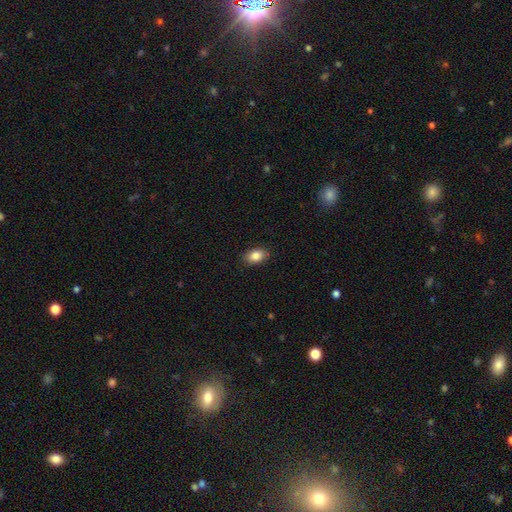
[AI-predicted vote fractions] smooth 86%, star or artifact 8%, featured or disk 6%. Down the decision tree: how rounded — in between (86%); merging — none (88%).